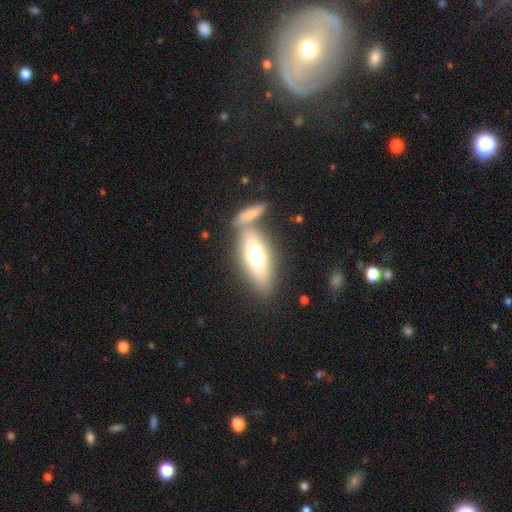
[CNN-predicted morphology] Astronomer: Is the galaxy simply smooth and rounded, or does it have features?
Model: smooth — 61%.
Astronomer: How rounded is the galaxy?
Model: in between — 63%.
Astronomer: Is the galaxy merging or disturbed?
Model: none — 57%.